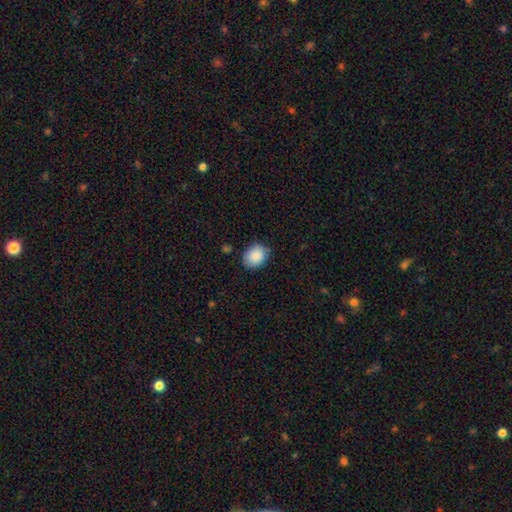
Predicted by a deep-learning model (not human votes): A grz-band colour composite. It shows a smooth galaxy with no disk features (89%) that is in between round and cigar-shaped (54%). Merging: none (81%).